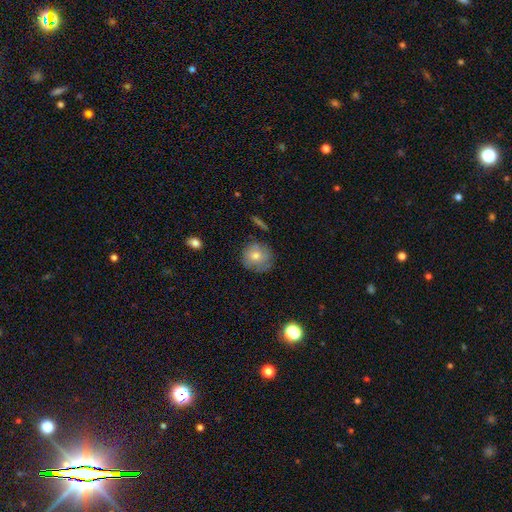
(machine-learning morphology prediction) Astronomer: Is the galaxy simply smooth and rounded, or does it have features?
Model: smooth — 70%.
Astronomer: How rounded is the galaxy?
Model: round — 89%.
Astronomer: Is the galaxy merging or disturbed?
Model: none — 77%.